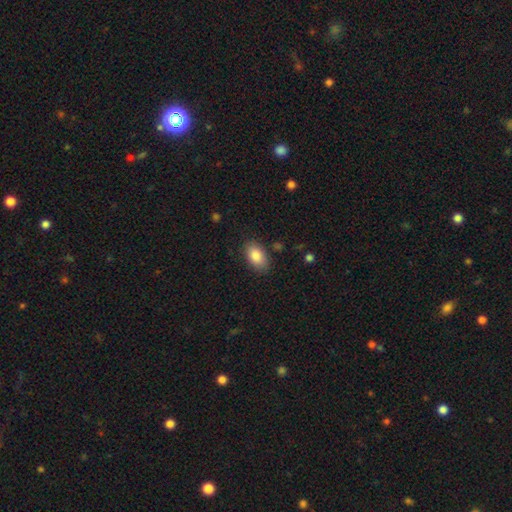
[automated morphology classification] Smooth or featured?
  - smooth: 87% *
  - star or artifact: 7%
  - featured or disk: 7%
How rounded?
  - in between: 92% *
  - round: 6%
  - cigar-shaped: 2%
Merging?
  - none: 84% *
  - minor disturbance: 11%
  - major disturbance: 3%
  - merger: 1%